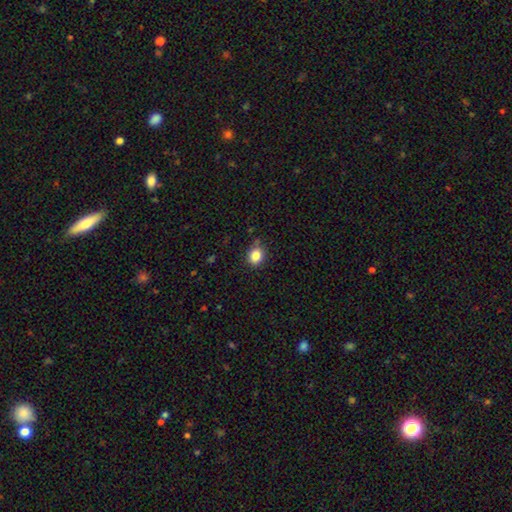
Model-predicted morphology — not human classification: A smooth galaxy with no disk features (84%) that is round (66%).

Vote fractions:
- Smooth or featured? smooth: 84% / star or artifact: 11% / featured or disk: 6%
- How rounded? round: 66% / in between: 33% / cigar-shaped: 1%
- Merging? none: 78% / minor disturbance: 16% / major disturbance: 3% / merger: 2%